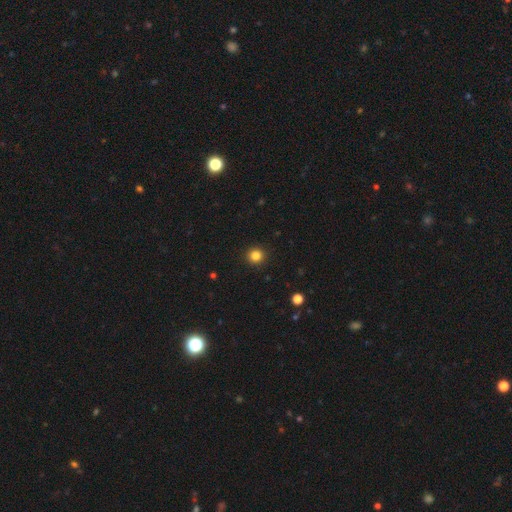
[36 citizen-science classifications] This appears to be a smooth galaxy with no disk features (94%) that is round (100%). Merging: none (89%).